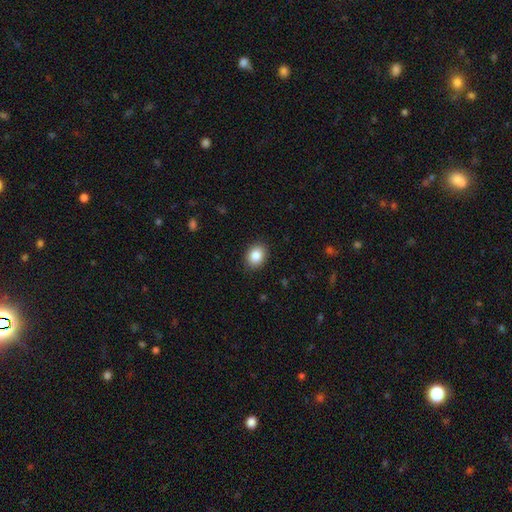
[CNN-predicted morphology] type=smooth (86%); roundness=in between (58%); merging=none (89%).